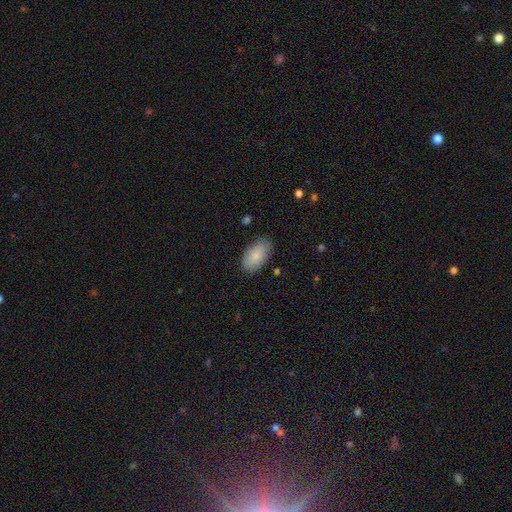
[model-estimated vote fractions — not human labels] This is clearly a smooth galaxy (83%). How rounded: clearly in between (95%). Merging: clearly none (83%).